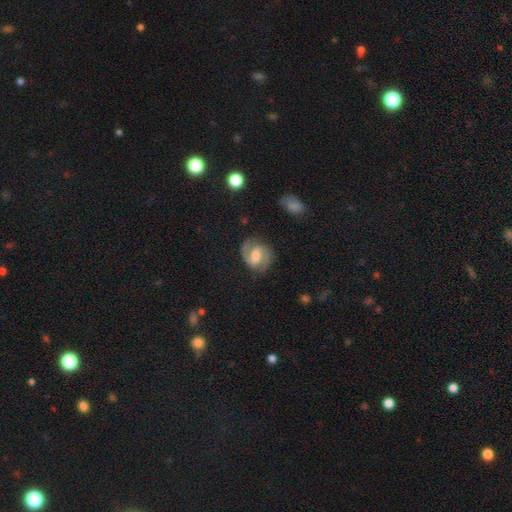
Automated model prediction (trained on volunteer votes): smooth-or-featured: featured or disk: 83% | smooth: 12% | star or artifact: 5%
  disk-edge-on: no: 98% | yes: 2%
    bar: weak: 55% | strong: 26% | no: 19%
    has-spiral-arms: yes: 95% | no: 5%
      spiral-winding: medium: 57% | tight: 23% | loose: 20%
      spiral-arm-count: 2: 91% | can't tell: 3% | 1: 2% | 3: 1% | 4: 1% | more than 4: 1%
    bulge-size: moderate: 60% | small: 25% | large: 9% | none: 4% | dominant: 1%
  merging: none: 79% | minor disturbance: 15% | major disturbance: 5% | merger: 1%